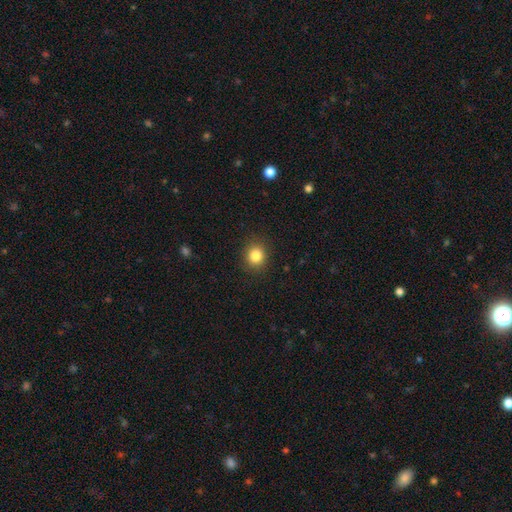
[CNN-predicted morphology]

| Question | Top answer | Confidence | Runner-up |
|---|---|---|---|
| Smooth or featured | smooth | 84% | star or artifact (11%) |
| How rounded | round | 83% | in between (16%) |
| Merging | none | 89% | minor disturbance (7%) |